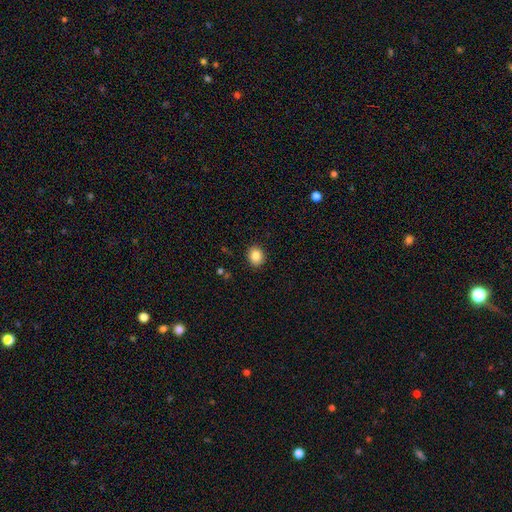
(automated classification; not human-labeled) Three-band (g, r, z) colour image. It shows a smooth galaxy with no disk features (85%) that is round (69%). Merging: none (90%).